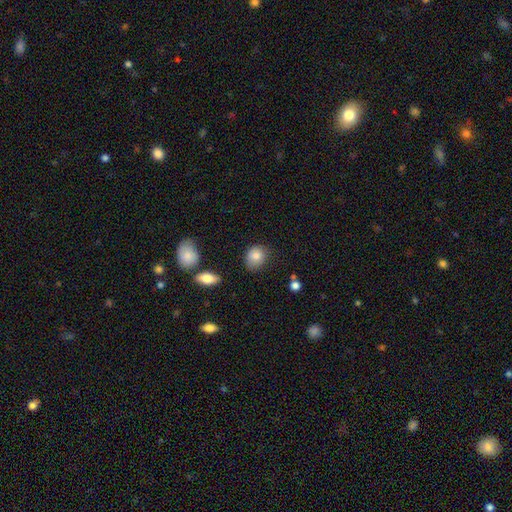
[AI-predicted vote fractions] This is clearly a smooth galaxy (83%). How rounded: likely round (61%). Merging: likely none (69%).